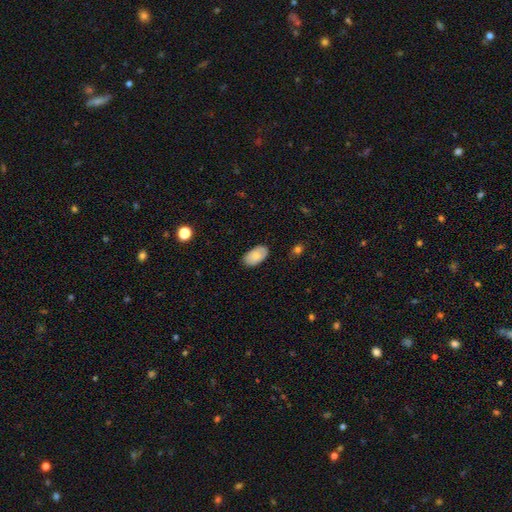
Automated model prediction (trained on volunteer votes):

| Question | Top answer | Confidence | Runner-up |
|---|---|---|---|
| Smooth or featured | smooth | 79% | featured or disk (15%) |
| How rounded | in between | 95% | round (3%) |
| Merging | none | 85% | minor disturbance (12%) |